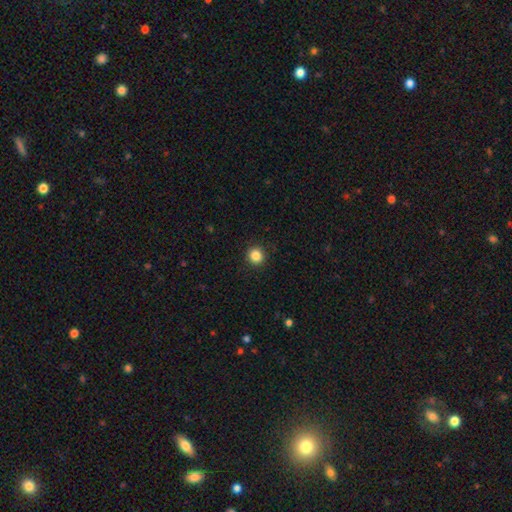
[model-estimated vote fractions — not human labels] Morphology: type=smooth (85%); roundness=round (93%); merging=none (92%).